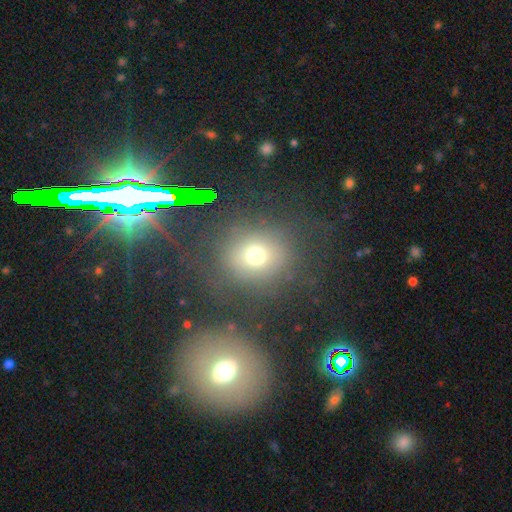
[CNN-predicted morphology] smooth_or_featured: smooth (p=0.66) [alt: star or artifact p=0.20]
how_rounded: round (p=0.80) [alt: in between p=0.19]
merging: none (p=0.72) [alt: minor disturbance p=0.13]